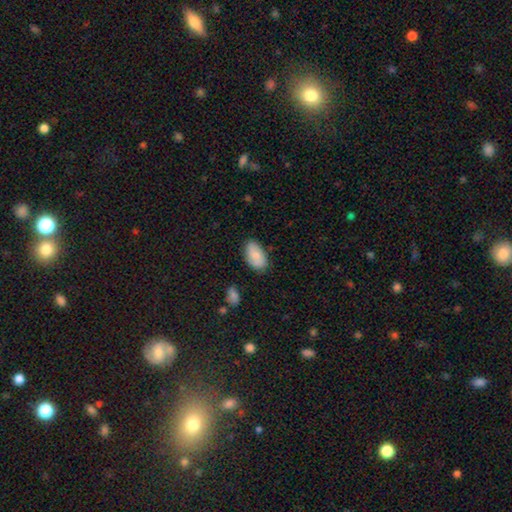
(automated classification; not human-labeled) Smooth or featured?
  - smooth: 79% *
  - featured or disk: 14%
  - star or artifact: 7%
How rounded?
  - in between: 95% *
  - round: 4%
  - cigar-shaped: 2%
Merging?
  - none: 78% *
  - minor disturbance: 17%
  - major disturbance: 3%
  - merger: 2%